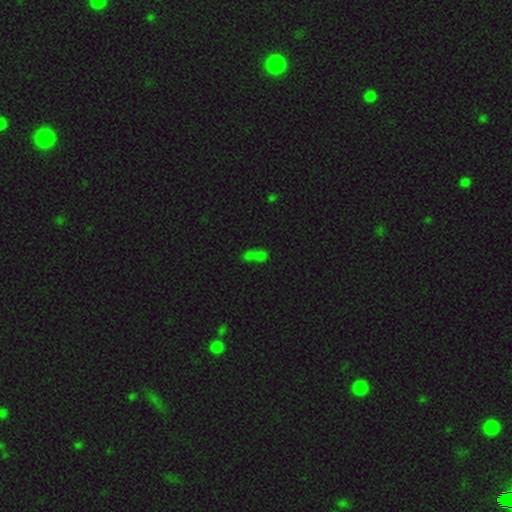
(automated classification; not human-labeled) A smooth galaxy with no disk features (55%) that is in between round and cigar-shaped (65%).

Vote fractions:
- Smooth or featured? smooth: 55% / star or artifact: 32% / featured or disk: 13%
- How rounded? in between: 65% / round: 22% / cigar-shaped: 12%
- Merging? merger: 48% / none: 31% / minor disturbance: 12% / major disturbance: 10%